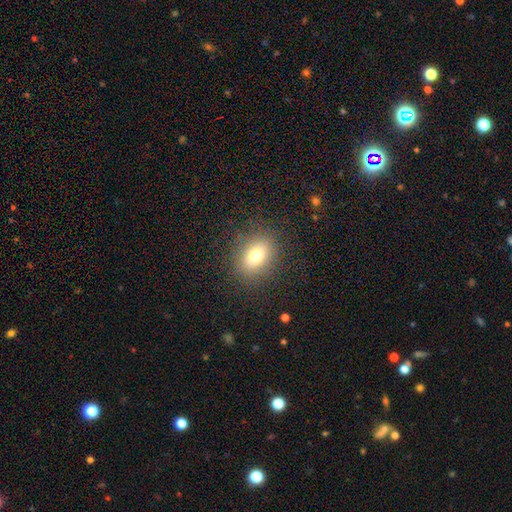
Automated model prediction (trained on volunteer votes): smooth-or-featured: smooth: 73% | featured or disk: 14% | star or artifact: 13%
  how-rounded: in between: 56% | round: 43% | cigar-shaped: 1%
  merging: none: 86% | minor disturbance: 9% | major disturbance: 4% | merger: 1%